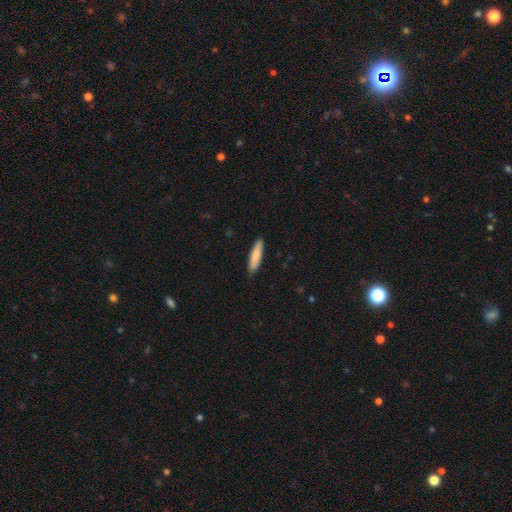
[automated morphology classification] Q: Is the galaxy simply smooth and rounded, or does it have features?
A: smooth — 80%.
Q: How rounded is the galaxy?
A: cigar-shaped — 75%.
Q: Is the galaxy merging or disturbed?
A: none — 87%.